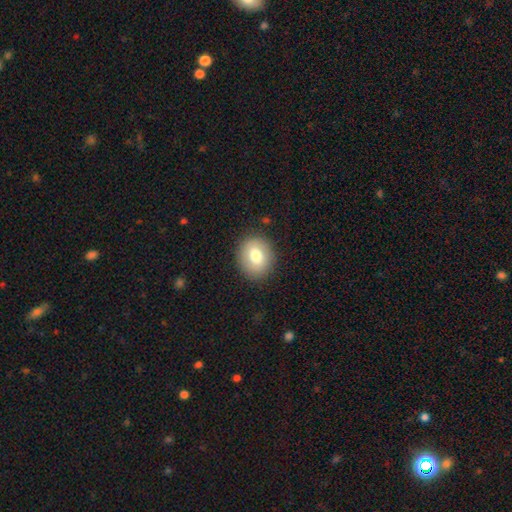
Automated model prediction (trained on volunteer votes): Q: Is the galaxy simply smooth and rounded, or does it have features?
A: smooth — 74%.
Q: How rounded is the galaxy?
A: round — 60%.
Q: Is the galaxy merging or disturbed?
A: none — 86%.